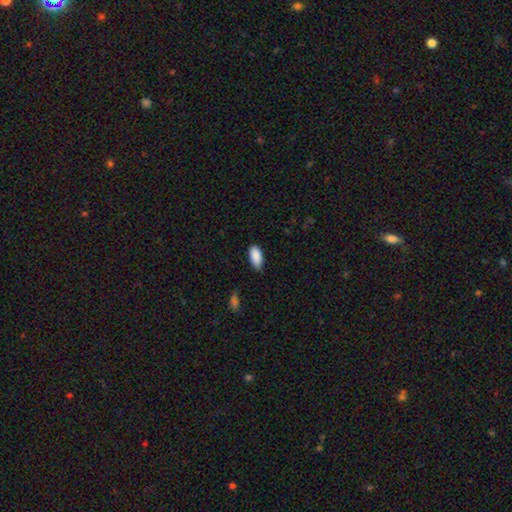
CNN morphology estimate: smooth_or_featured: smooth (p=0.89) [alt: star or artifact p=0.07]
how_rounded: in between (p=0.92) [alt: cigar-shaped p=0.06]
merging: none (p=0.69) [alt: minor disturbance p=0.26]